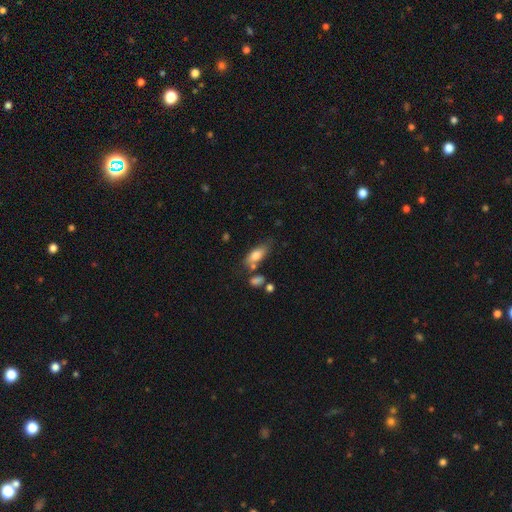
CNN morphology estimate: A smooth galaxy with no disk features (75%) that is in between round and cigar-shaped (81%). Merging: none (59%).